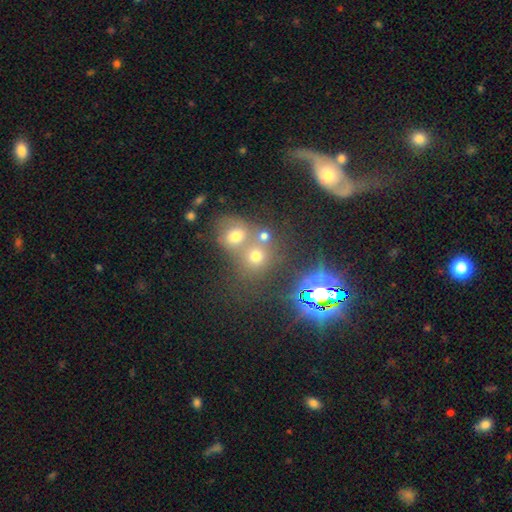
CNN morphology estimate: A smooth galaxy with no disk features (51%) that is round (72%).

Vote fractions:
- Smooth or featured? smooth: 51% / star or artifact: 31% / featured or disk: 18%
- How rounded? round: 72% / in between: 26% / cigar-shaped: 2%
- Merging? merger: 48% / none: 39% / minor disturbance: 8% / major disturbance: 5%